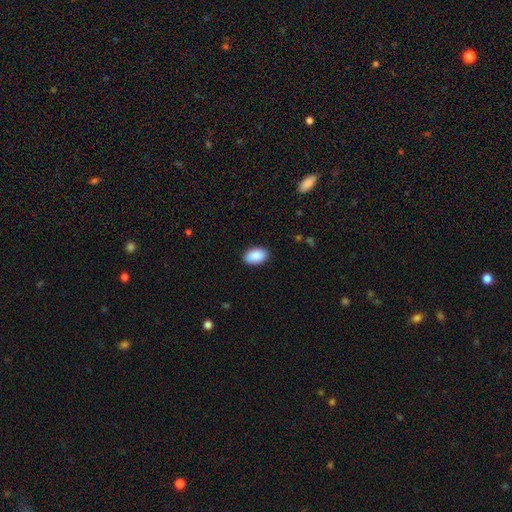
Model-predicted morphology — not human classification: smooth_or_featured: smooth (p=0.91) [alt: star or artifact p=0.06]
how_rounded: in between (p=0.92) [alt: round p=0.07]
merging: none (p=0.89) [alt: minor disturbance p=0.08]